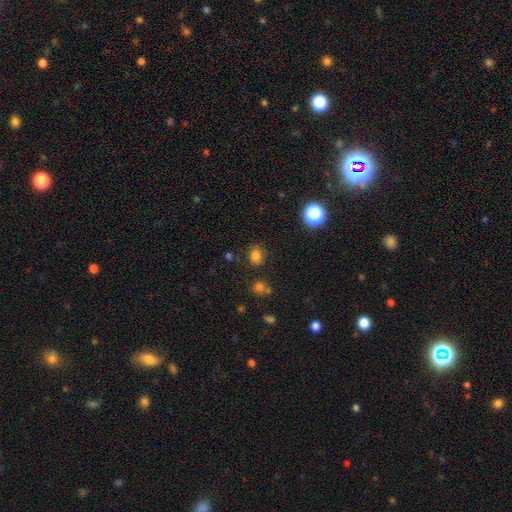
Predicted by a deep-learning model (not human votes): smooth-or-featured: smooth: 79% | star or artifact: 16% | featured or disk: 6%
  how-rounded: in between: 58% | round: 41% | cigar-shaped: 1%
  merging: none: 80% | minor disturbance: 12% | merger: 4% | major disturbance: 3%